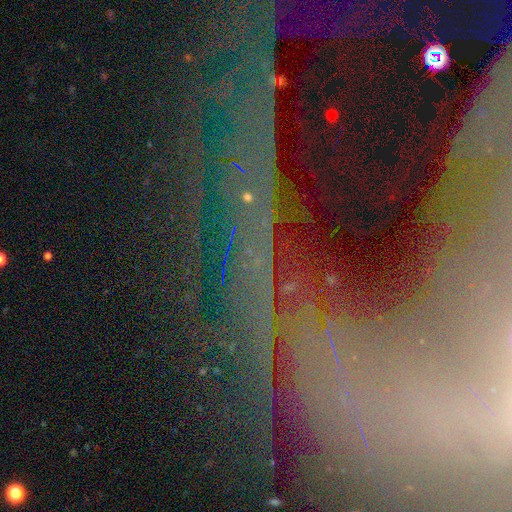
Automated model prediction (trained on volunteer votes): A star or artifact, not a galaxy (71%).